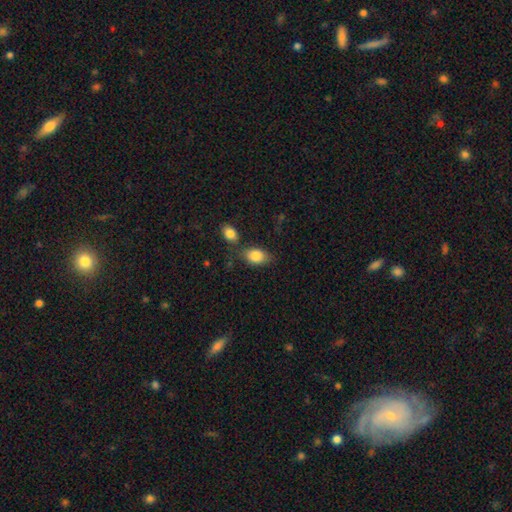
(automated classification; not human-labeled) smooth_or_featured: smooth (p=0.85) [alt: featured or disk p=0.08]
how_rounded: in between (p=0.86) [alt: round p=0.12]
merging: none (p=0.60) [alt: minor disturbance p=0.19]